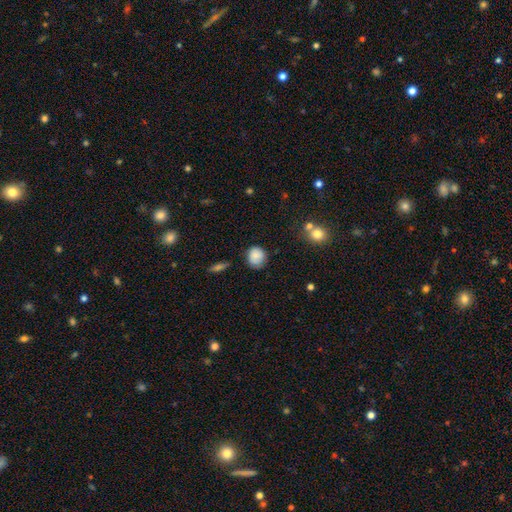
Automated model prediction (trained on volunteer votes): Smooth or featured?
  - smooth: 81% *
  - featured or disk: 10%
  - star or artifact: 9%
How rounded?
  - round: 82% *
  - in between: 17%
  - cigar-shaped: 1%
Merging?
  - none: 75% *
  - minor disturbance: 19%
  - major disturbance: 4%
  - merger: 2%